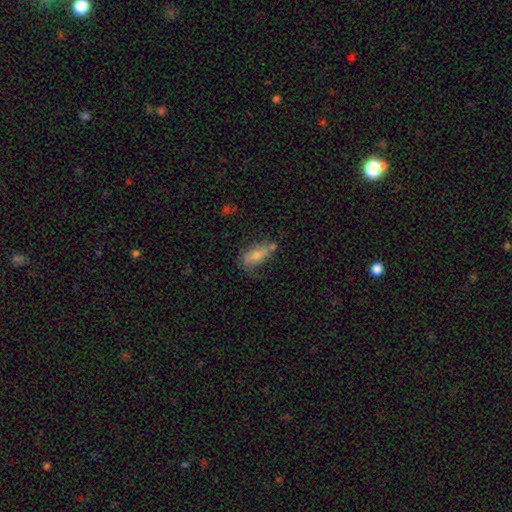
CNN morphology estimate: Overall: smooth (63%; featured or disk 28%). How rounded: in between (81%). Merging: none (49%; minor disturbance 28%).